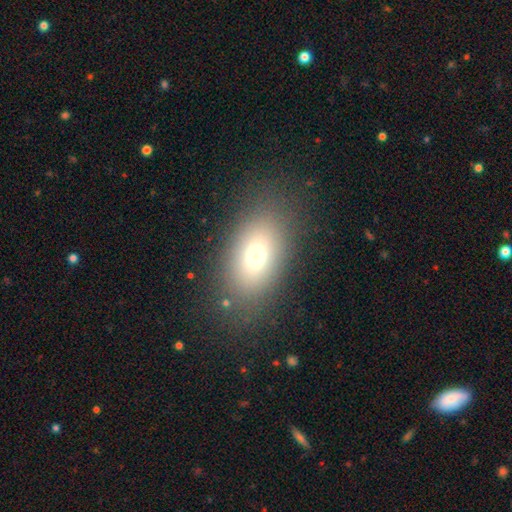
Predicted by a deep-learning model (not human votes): Smooth or featured? Predicted: smooth (p=0.73). How rounded? Predicted: in between (p=0.87). Merging? Predicted: none (p=0.85).